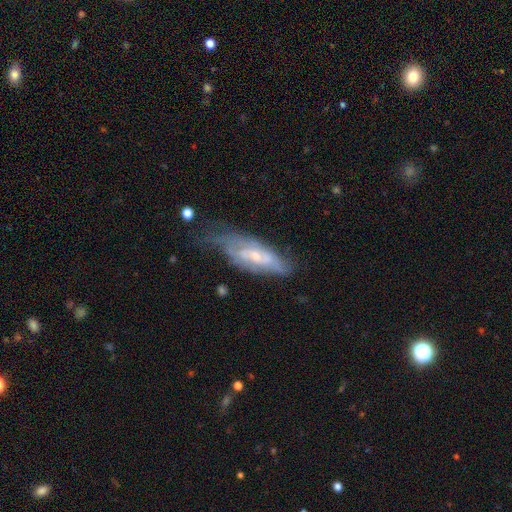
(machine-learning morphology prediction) A featured or disk galaxy (67%) with no bar (56%), spiral arms (68%) and a small central bulge (54%). Merging: none (42%).